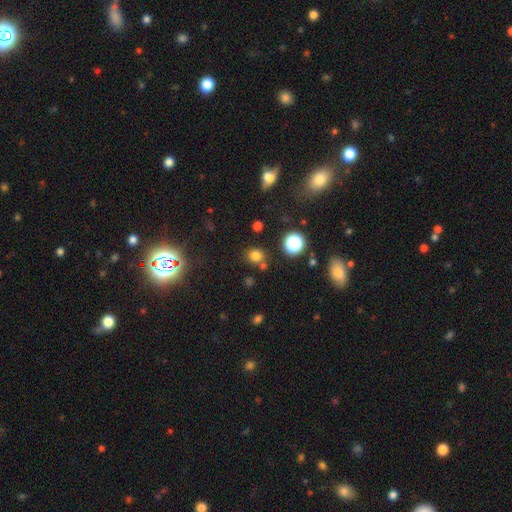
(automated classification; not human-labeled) Morphology: type=smooth (73%); roundness=round (78%); merging=none (77%).